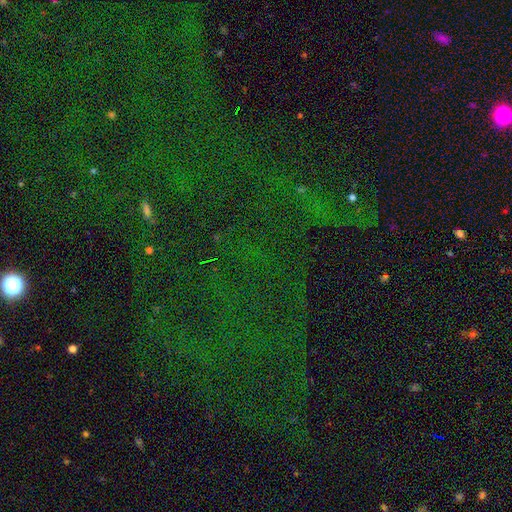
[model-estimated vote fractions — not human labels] A star or artifact, not a galaxy (79%).